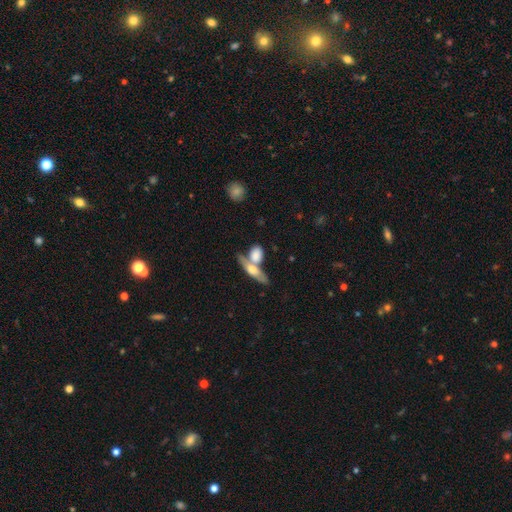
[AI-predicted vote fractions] smooth 63%, featured or disk 31%, star or artifact 7%. Down the decision tree: how rounded — in between (57%); merging — merger (47%).